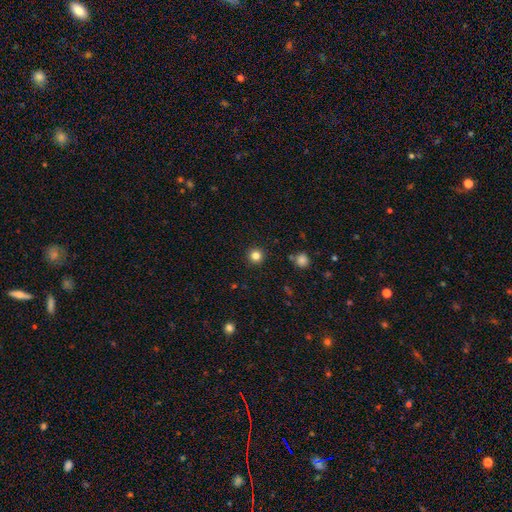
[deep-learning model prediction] This is clearly a smooth galaxy (82%). How rounded: clearly round (96%). Merging: clearly none (92%).